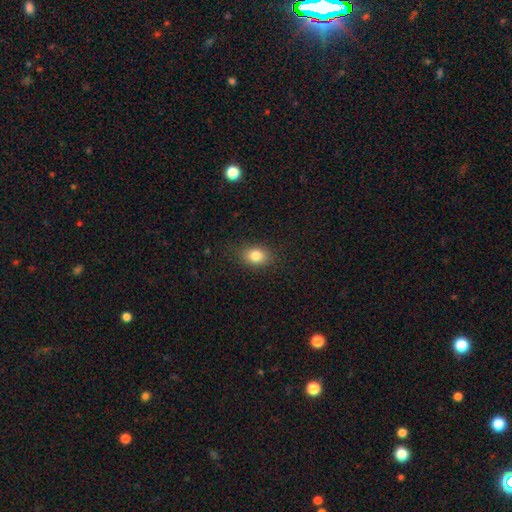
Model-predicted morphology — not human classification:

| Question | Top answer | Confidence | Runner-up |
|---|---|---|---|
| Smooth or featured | smooth | 82% | star or artifact (10%) |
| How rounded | in between | 67% | round (31%) |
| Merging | none | 85% | minor disturbance (11%) |